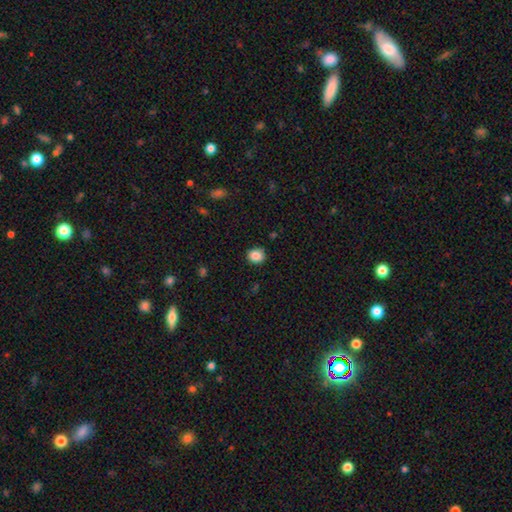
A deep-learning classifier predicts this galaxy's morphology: The model was most divided on "how rounded": round: 78%, in between: 21%, cigar-shaped: 1%. More confident: merging — none (88%); smooth or featured — smooth (86%).